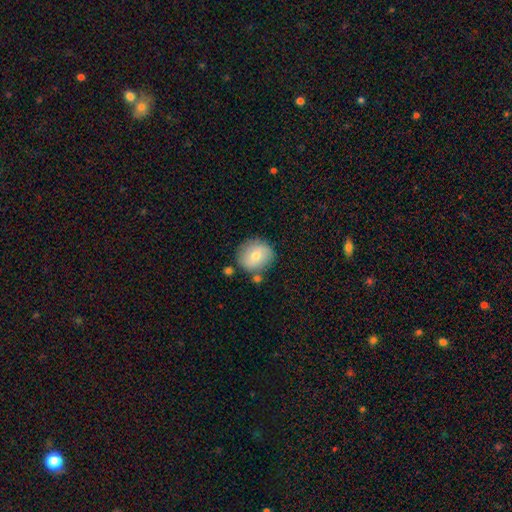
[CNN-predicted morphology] smooth-or-featured: smooth: 71% | featured or disk: 20% | star or artifact: 8%
  how-rounded: round: 83% | in between: 16% | cigar-shaped: 1%
  merging: none: 76% | minor disturbance: 14% | merger: 7% | major disturbance: 3%